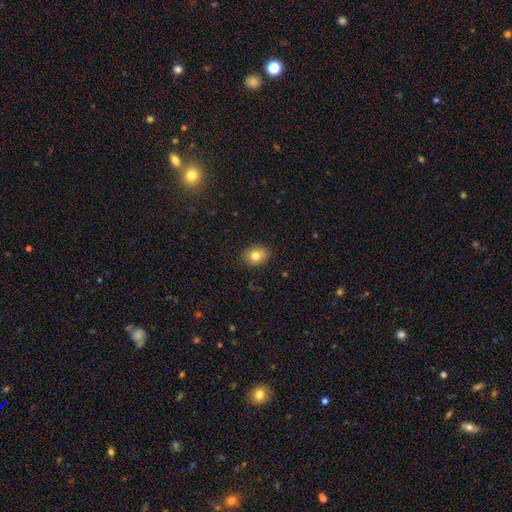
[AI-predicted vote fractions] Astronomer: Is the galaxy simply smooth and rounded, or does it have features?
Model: smooth — 81%.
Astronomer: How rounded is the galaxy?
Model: in between — 58% (runner-up: round, 42%).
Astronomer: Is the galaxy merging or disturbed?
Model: none — 88%.